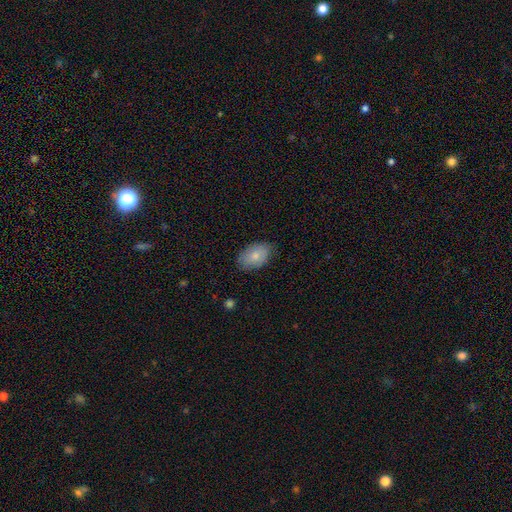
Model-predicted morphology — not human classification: smooth-or-featured: smooth: 77% | featured or disk: 16% | star or artifact: 7%
  how-rounded: in between: 90% | round: 9% | cigar-shaped: 1%
  merging: none: 79% | minor disturbance: 17% | major disturbance: 3% | merger: 1%